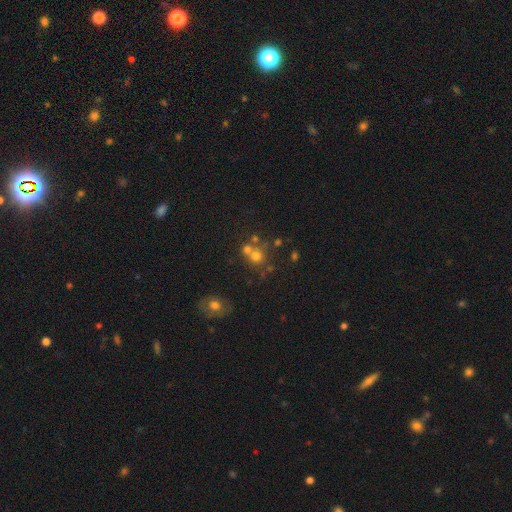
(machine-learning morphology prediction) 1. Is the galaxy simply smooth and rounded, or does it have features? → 63% smooth, 19% star or artifact, 18% featured or disk.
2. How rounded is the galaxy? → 85% round, 14% in between, 1% cigar-shaped.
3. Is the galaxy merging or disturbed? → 48% none, 39% merger, 9% minor disturbance, 5% major disturbance.